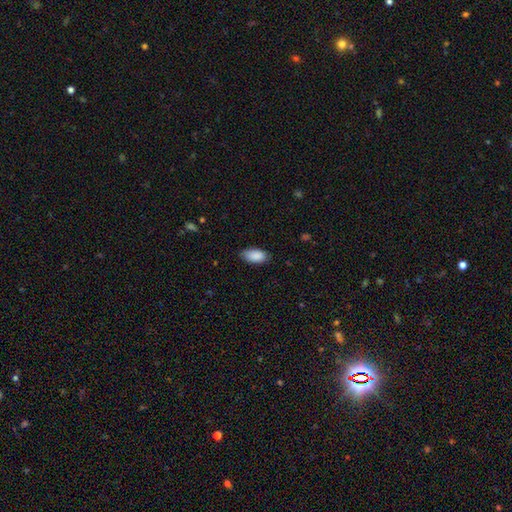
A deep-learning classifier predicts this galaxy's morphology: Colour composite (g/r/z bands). It shows a smooth galaxy with no disk features (90%) that is in between round and cigar-shaped (94%). Merging: none (80%).